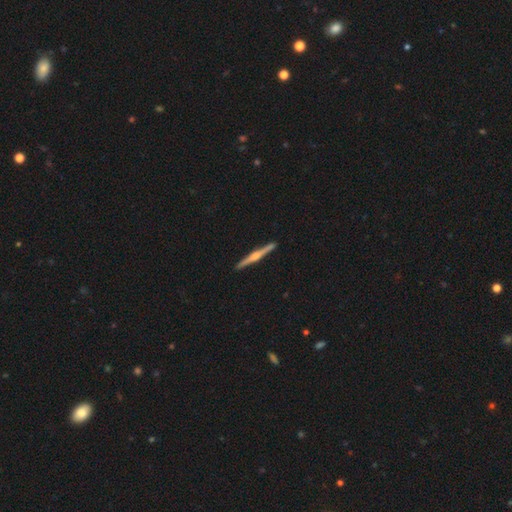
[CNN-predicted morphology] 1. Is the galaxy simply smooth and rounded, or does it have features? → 73% featured or disk, 22% smooth, 5% star or artifact.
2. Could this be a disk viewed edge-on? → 98% yes, 2% no.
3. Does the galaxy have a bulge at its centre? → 80% rounded, 12% boxy, 8% none.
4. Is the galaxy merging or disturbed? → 92% none, 5% minor disturbance, 1% major disturbance, 1% merger.